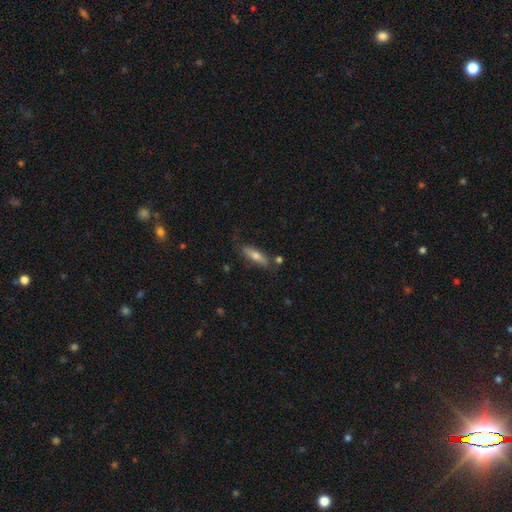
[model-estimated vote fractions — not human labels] Smooth or featured?
  - smooth: 65% *
  - featured or disk: 28%
  - star or artifact: 7%
How rounded?
  - cigar-shaped: 57% *
  - in between: 41%
  - round: 2%
Merging?
  - none: 72% *
  - minor disturbance: 18%
  - merger: 5%
  - major disturbance: 4%